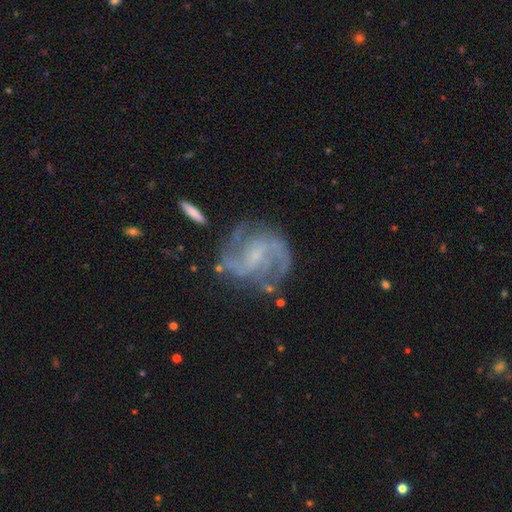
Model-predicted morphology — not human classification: Smooth or featured? featured or disk (87%)
Edge-on disk? no (98%)
Bar? weak (50%)
Spiral arms? yes (97%)
Spiral winding? medium (54%)
Spiral arm count? 2 (66%)
Bulge size? small (63%)
Merging? none (72%)